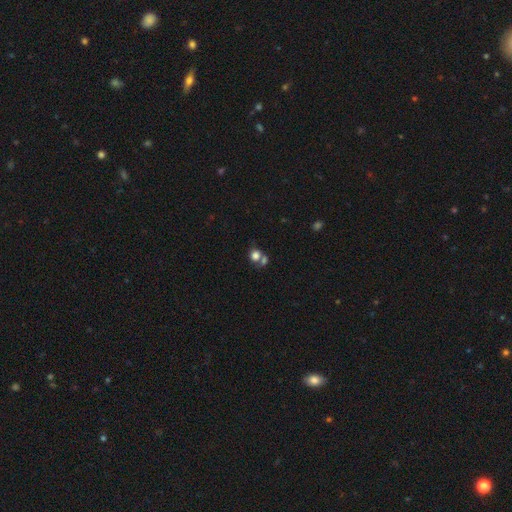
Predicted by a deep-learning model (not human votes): Smooth or featured: smooth — 76% (star or artifact — 13%)
How rounded: round — 74% (in between — 25%)
Merging: none — 44% (merger — 41%)